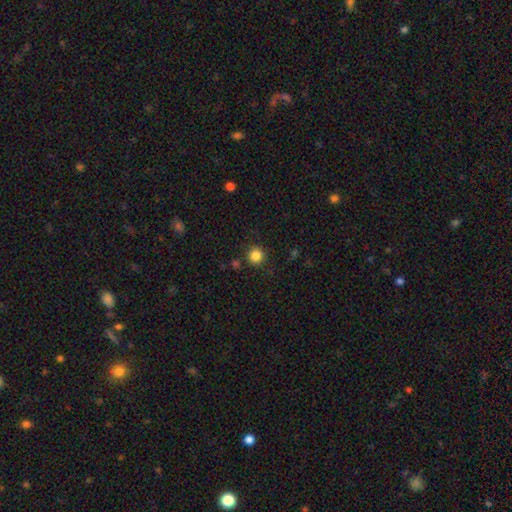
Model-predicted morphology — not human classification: A smooth galaxy with no disk features (84%) that is round (94%). Merging: none (88%).